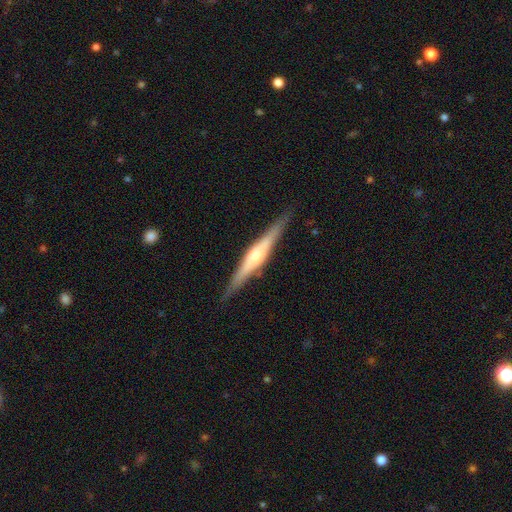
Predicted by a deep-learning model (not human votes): Smooth or featured? Predicted: featured or disk (p=0.73). Edge-on disk? Predicted: yes (p=0.97). Edge-on bulge? Predicted: rounded (p=0.78). Merging? Predicted: none (p=0.88).